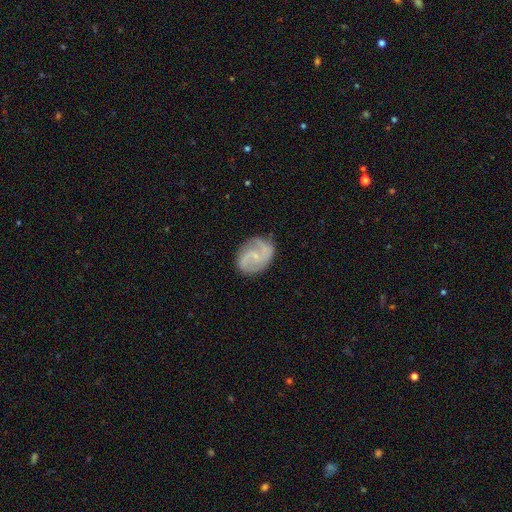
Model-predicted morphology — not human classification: Smooth or featured? Predicted: featured or disk (p=0.79). Edge-on disk? Predicted: no (p=0.98). Bar? Predicted: no (p=0.50). Spiral arms? Predicted: yes (p=0.94). Spiral winding? Predicted: medium (p=0.49). Spiral arm count? Predicted: 2 (p=0.80). Bulge size? Predicted: small (p=0.69). Merging? Predicted: none (p=0.76).